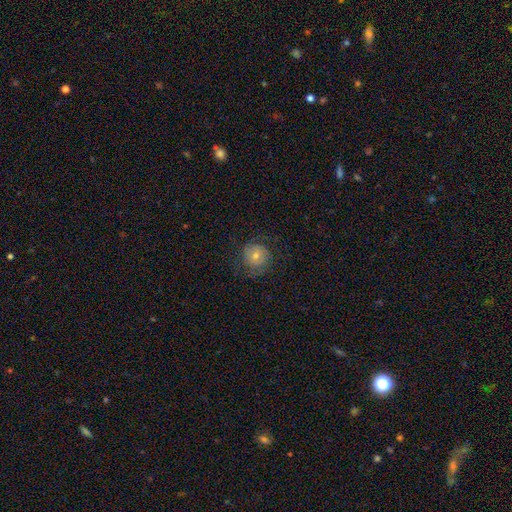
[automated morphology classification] Overall: smooth (62%; featured or disk 29%). How rounded: round (90%). Merging: none (71%).